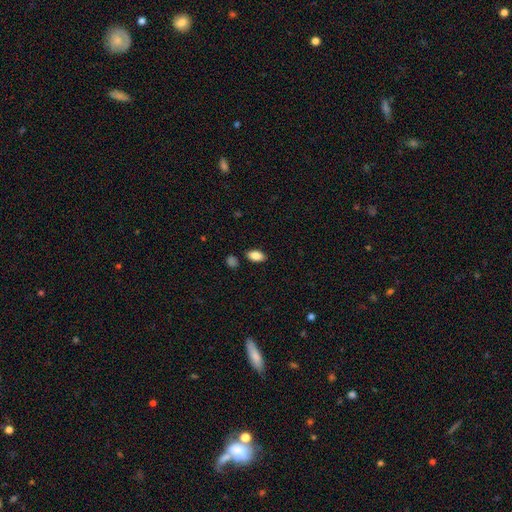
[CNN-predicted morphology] type=smooth (86%); roundness=in between (92%); merging=none (86%).